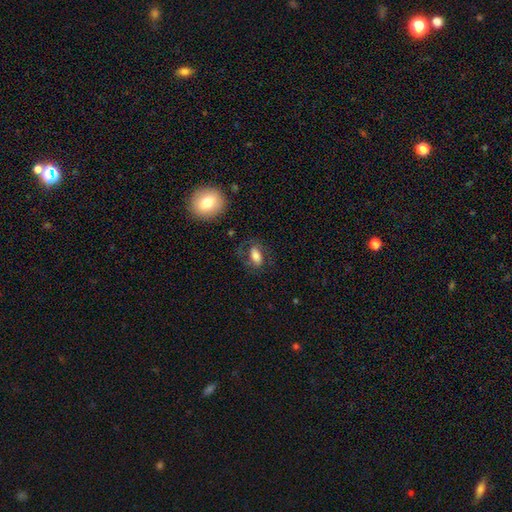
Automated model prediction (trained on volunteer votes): A smooth galaxy with no disk features (69%) that is in between round and cigar-shaped (87%).

Vote fractions:
- Smooth or featured? smooth: 69% / featured or disk: 23% / star or artifact: 9%
- How rounded? in between: 87% / round: 7% / cigar-shaped: 6%
- Merging? none: 66% / minor disturbance: 18% / major disturbance: 13% / merger: 2%